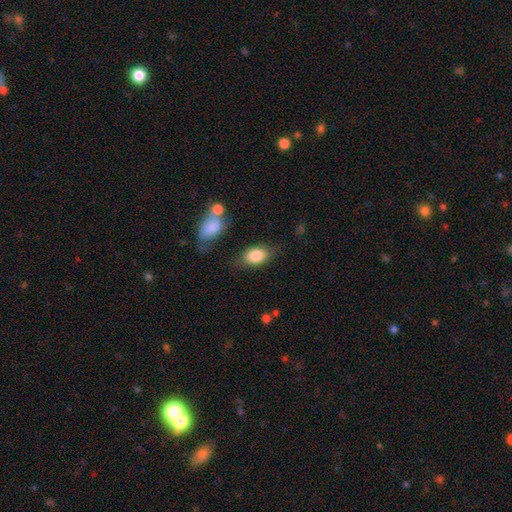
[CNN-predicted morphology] The model was most divided on "merging": none: 73%, minor disturbance: 17%, major disturbance: 6%, merger: 5%. More confident: how rounded — in between (88%); smooth or featured — smooth (83%).